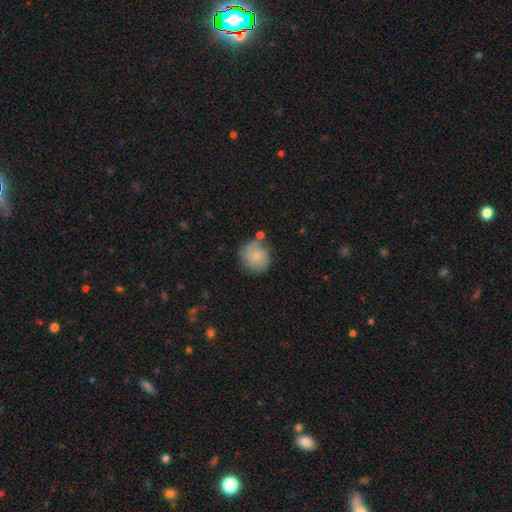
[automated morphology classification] Smooth or featured? smooth (80%)
How rounded? round (84%)
Merging? none (61%)